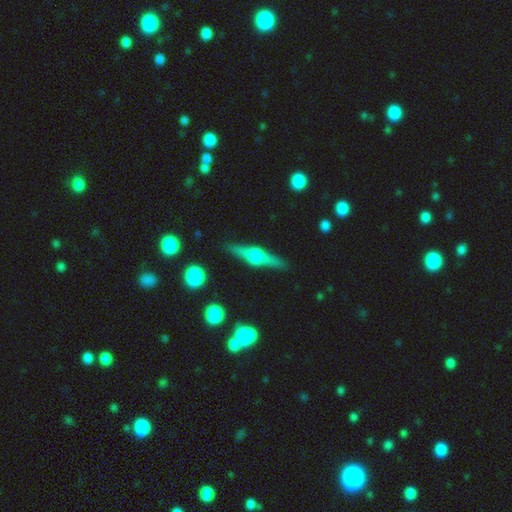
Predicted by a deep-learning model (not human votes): Overall: featured or disk (82%). Edge-on disk: yes (98%). Edge-on bulge: rounded (93%). Merging: none (89%).